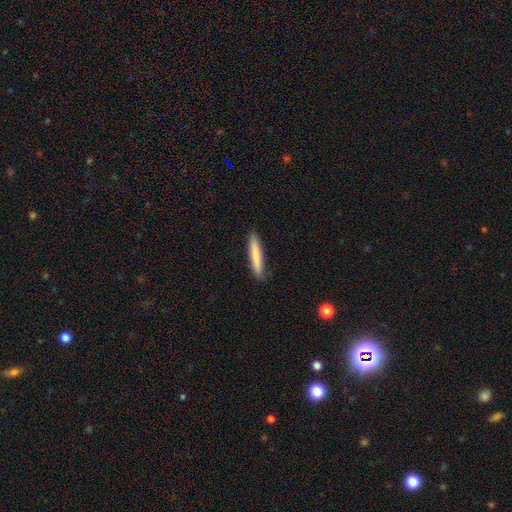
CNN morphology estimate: This is clearly a smooth galaxy (82%). How rounded: clearly cigar-shaped (91%). Merging: clearly none (89%).